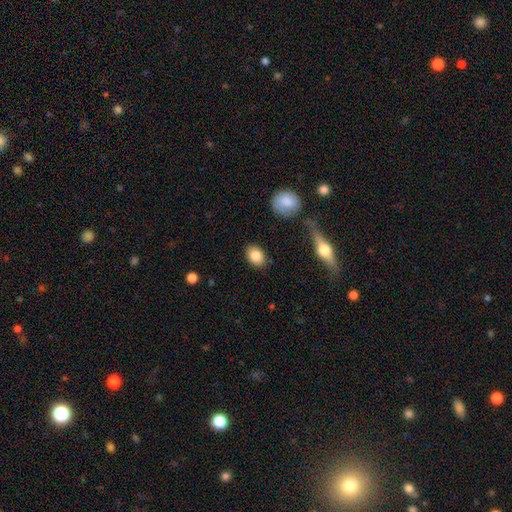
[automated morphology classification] Q: Smooth or featured?
A: smooth (84%); runner-up: featured or disk (8%)
Q: How rounded?
A: in between (73%); runner-up: round (25%)
Q: Merging?
A: none (87%); runner-up: minor disturbance (9%)